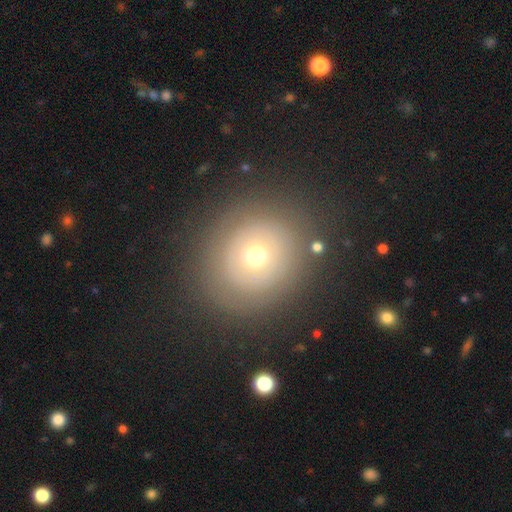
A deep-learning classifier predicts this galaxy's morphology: This appears to be a smooth galaxy with no disk features (54%) that is round (85%). Merging: none (83%).